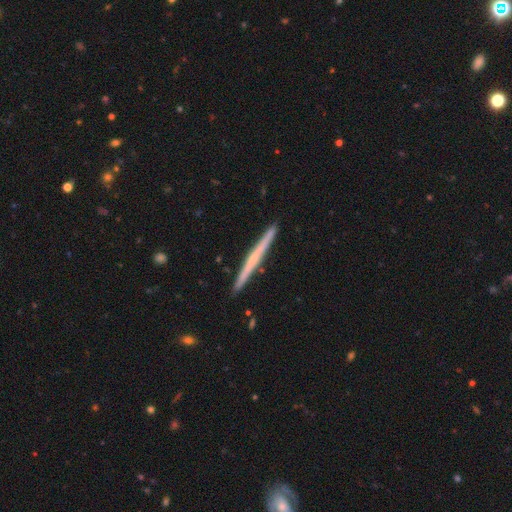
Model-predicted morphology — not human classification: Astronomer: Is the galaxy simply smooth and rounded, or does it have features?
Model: featured or disk — 60%.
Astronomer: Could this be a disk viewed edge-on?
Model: yes — 98%.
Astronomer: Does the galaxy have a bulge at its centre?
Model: none — 69%.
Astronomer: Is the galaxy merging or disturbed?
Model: none — 92%.